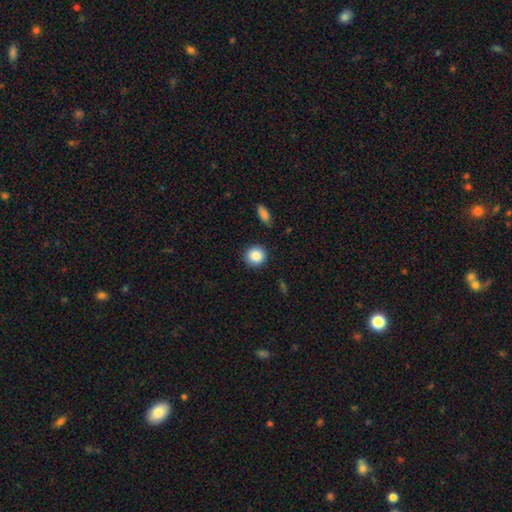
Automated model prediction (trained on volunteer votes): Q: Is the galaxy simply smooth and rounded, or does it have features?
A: smooth — 88%.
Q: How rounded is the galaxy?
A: round — 91%.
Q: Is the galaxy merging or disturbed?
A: none — 89%.